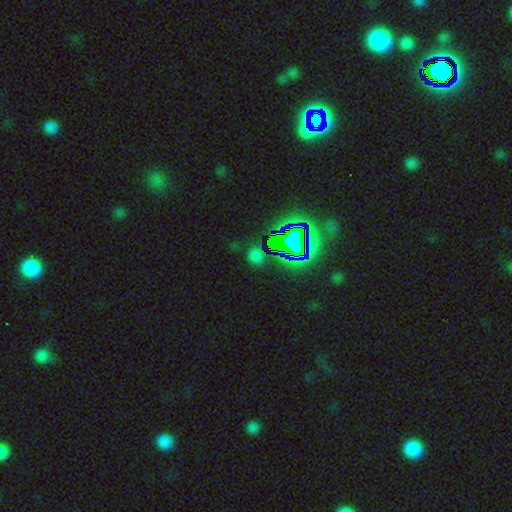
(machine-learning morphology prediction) Q: Smooth or featured?
A: star or artifact (56%); runner-up: smooth (35%)